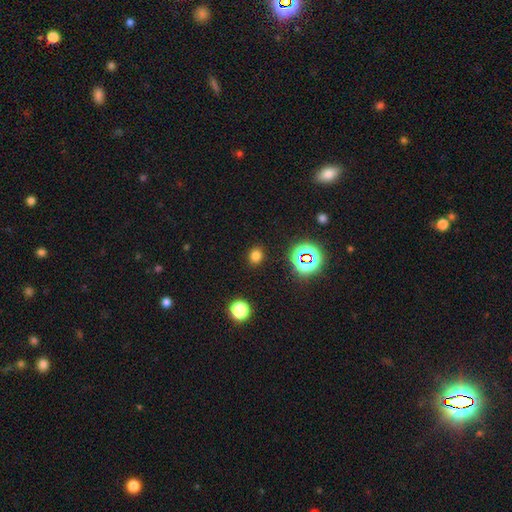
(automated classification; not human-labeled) Q: Smooth or featured?
A: smooth (74%); runner-up: star or artifact (21%)
Q: How rounded?
A: round (64%); runner-up: in between (35%)
Q: Merging?
A: none (89%); runner-up: minor disturbance (7%)